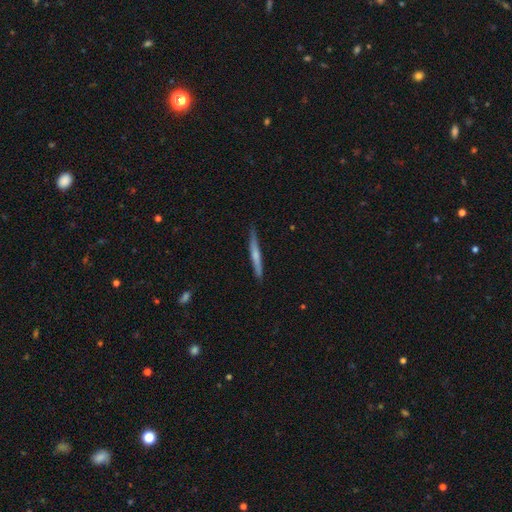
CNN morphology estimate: The model was most divided on "smooth or featured": smooth: 50%, featured or disk: 45%, star or artifact: 5%. More confident: merging — none (86%).